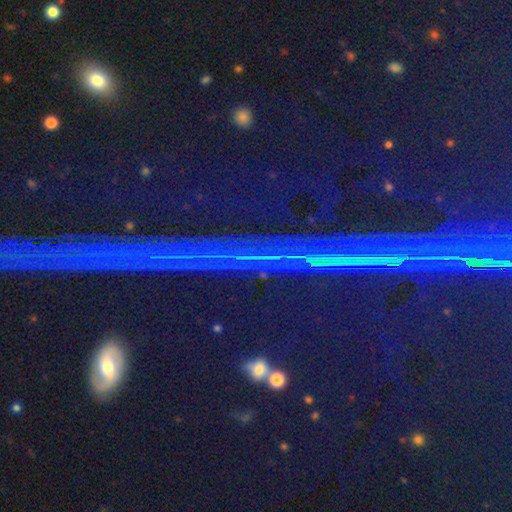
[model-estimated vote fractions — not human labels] Q: Smooth or featured?
A: star or artifact (85%); runner-up: smooth (8%)